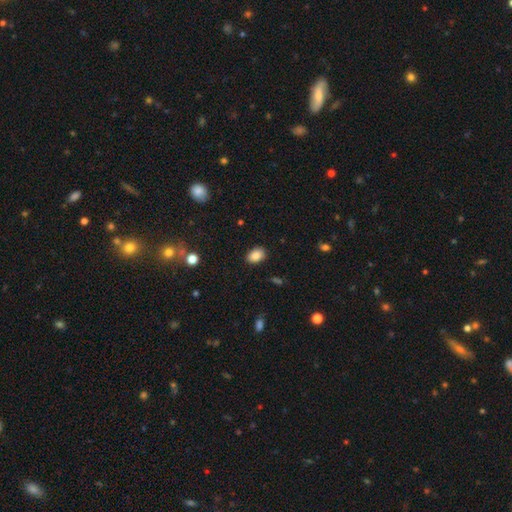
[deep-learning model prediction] Smooth or featured?
  - smooth: 86% *
  - star or artifact: 9%
  - featured or disk: 5%
How rounded?
  - in between: 82% *
  - round: 17%
  - cigar-shaped: 1%
Merging?
  - none: 87% *
  - minor disturbance: 9%
  - major disturbance: 3%
  - merger: 1%